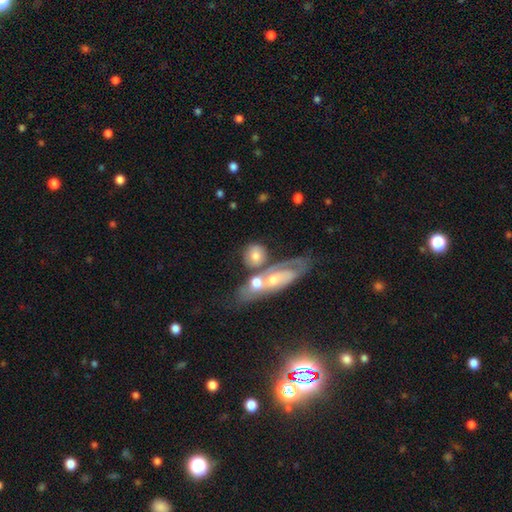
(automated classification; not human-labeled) Morphology: type=smooth (60%); roundness=round (60%); merging=none (40%).